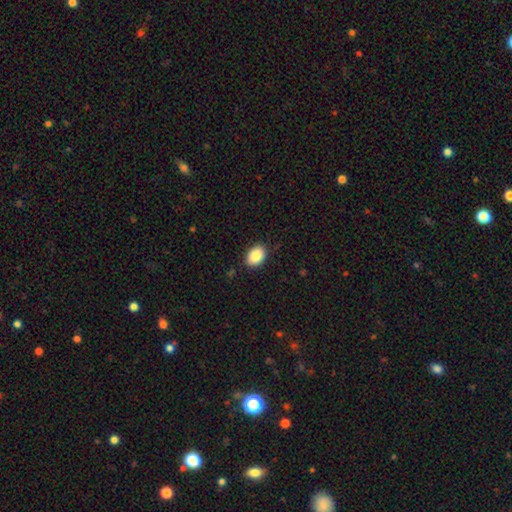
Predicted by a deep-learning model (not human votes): Smooth or featured? Predicted: smooth (p=0.88). How rounded? Predicted: in between (p=0.79). Merging? Predicted: none (p=0.88).